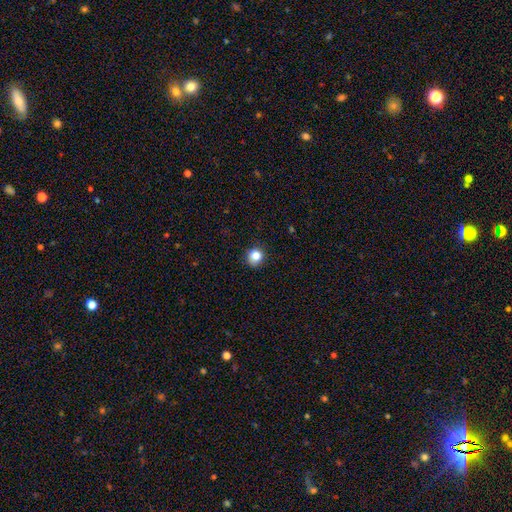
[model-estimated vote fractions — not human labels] Morphology: type=smooth (83%); roundness=round (87%); merging=none (84%).